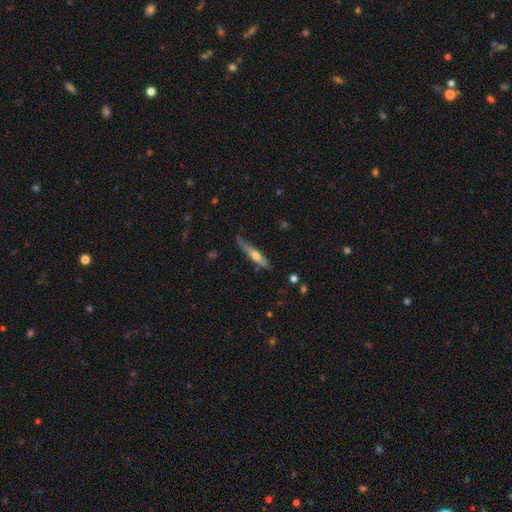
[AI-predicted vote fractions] Smooth or featured? smooth (48%)
Merging? none (67%)